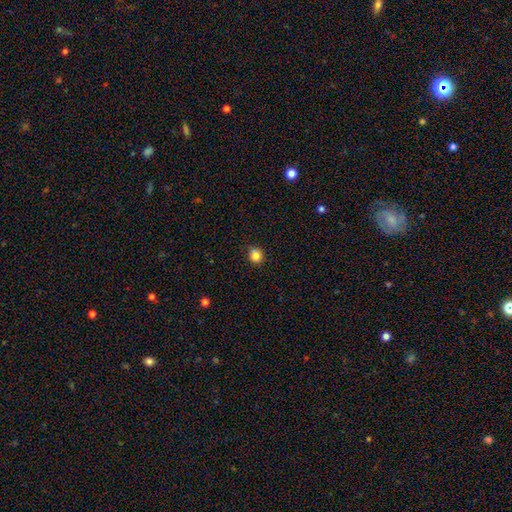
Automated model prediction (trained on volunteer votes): Smooth or featured? Predicted: smooth (p=0.84). How rounded? Predicted: round (p=0.84). Merging? Predicted: none (p=0.84).